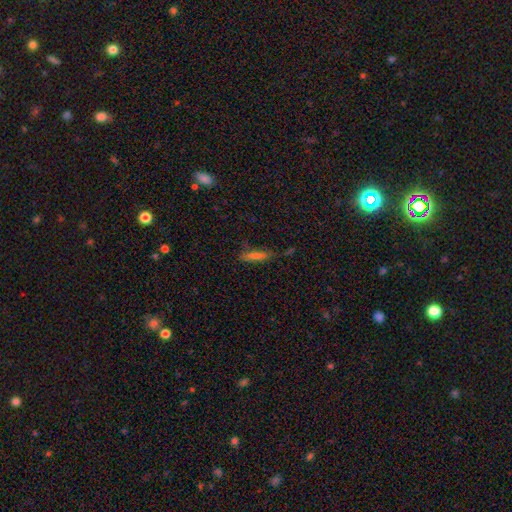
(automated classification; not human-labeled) smooth 54%, featured or disk 28%, star or artifact 18%. Down the decision tree: how rounded — cigar-shaped (81%); merging — none (72%).